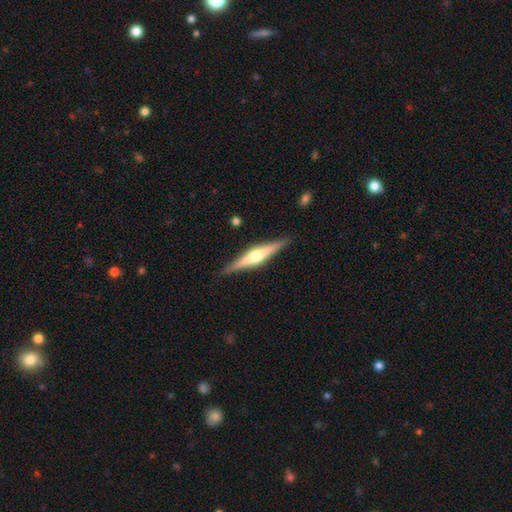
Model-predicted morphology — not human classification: Smooth or featured? featured or disk (73%)
Edge-on disk? yes (98%)
Edge-on bulge? rounded (88%)
Merging? none (90%)